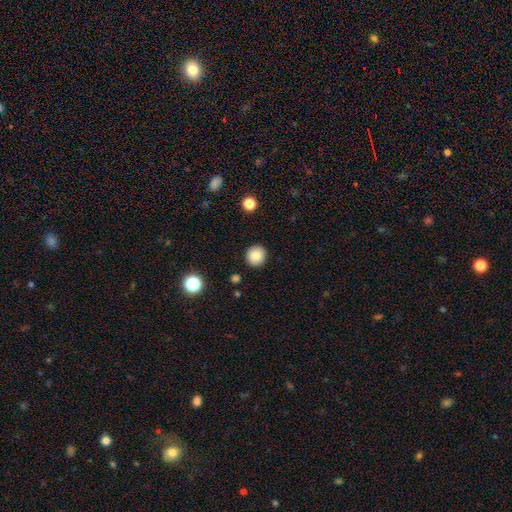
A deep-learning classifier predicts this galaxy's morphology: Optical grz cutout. It shows a smooth galaxy with no disk features (83%) that is round (91%). Merging: none (92%).